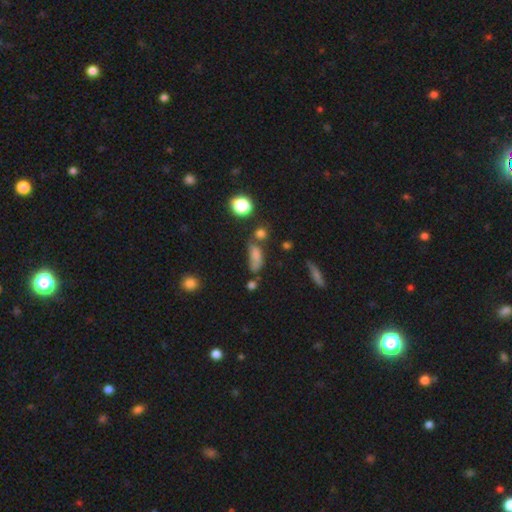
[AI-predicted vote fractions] A smooth galaxy with no disk features (70%) that is in between round and cigar-shaped (70%). Merging: none (38%).